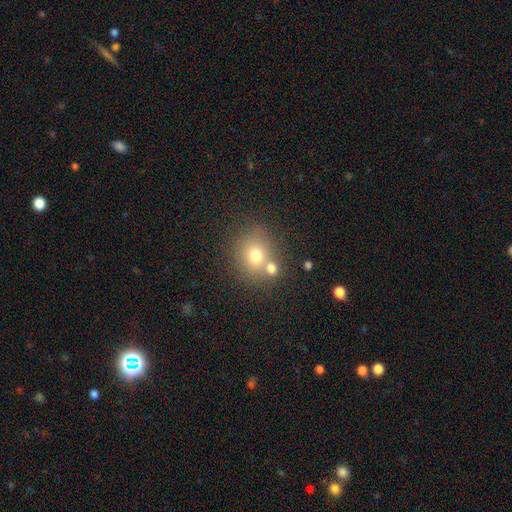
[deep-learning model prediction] Smooth or featured: smooth — 72% (featured or disk — 14%)
How rounded: round — 70% (in between — 29%)
Merging: none — 58% (merger — 27%)